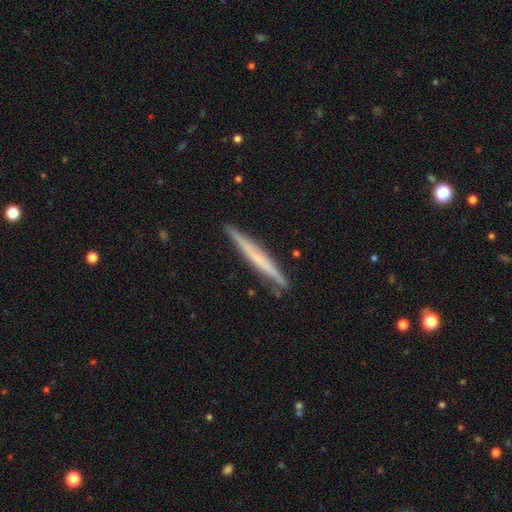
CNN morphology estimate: featured or disk 49%, smooth 45%, star or artifact 6%. Down the decision tree: merging — none (89%).